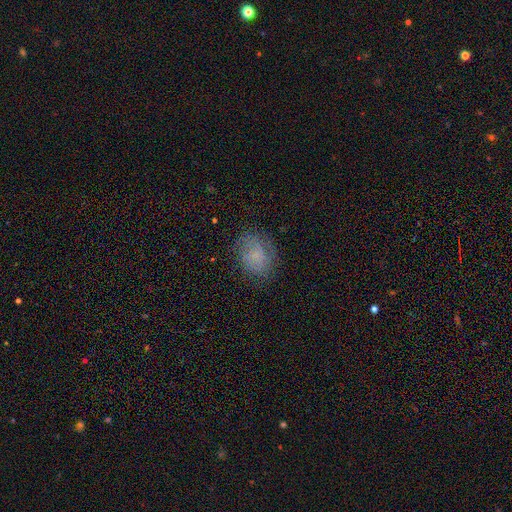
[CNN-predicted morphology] smooth_or_featured: smooth (p=0.60) [alt: featured or disk p=0.27]
how_rounded: in between (p=0.51) [alt: round p=0.48]
merging: none (p=0.72) [alt: minor disturbance p=0.19]